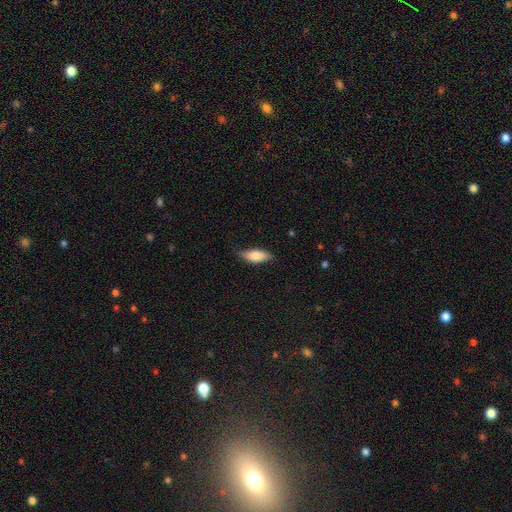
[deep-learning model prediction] smooth-or-featured: smooth: 79% | featured or disk: 15% | star or artifact: 6%
  how-rounded: in between: 72% | cigar-shaped: 25% | round: 2%
  merging: none: 77% | minor disturbance: 19% | major disturbance: 3% | merger: 1%